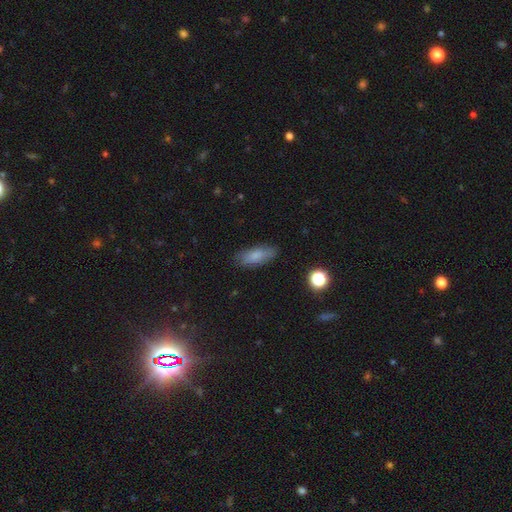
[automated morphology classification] smooth 79%, featured or disk 13%, star or artifact 8%. Down the decision tree: how rounded — in between (73%); merging — none (82%).